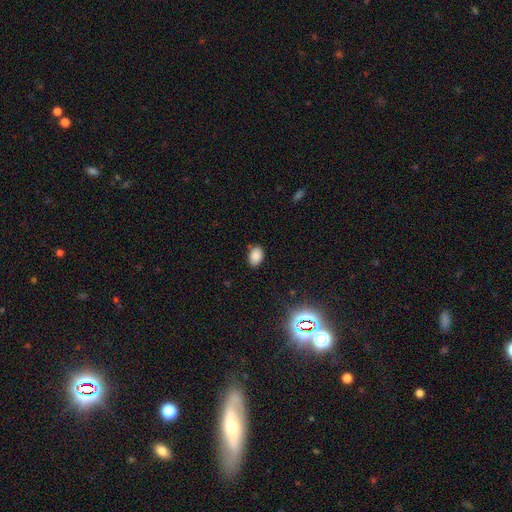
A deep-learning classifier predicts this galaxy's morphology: A smooth galaxy with no disk features (85%) that is in between round and cigar-shaped (85%). Merging: none (82%).